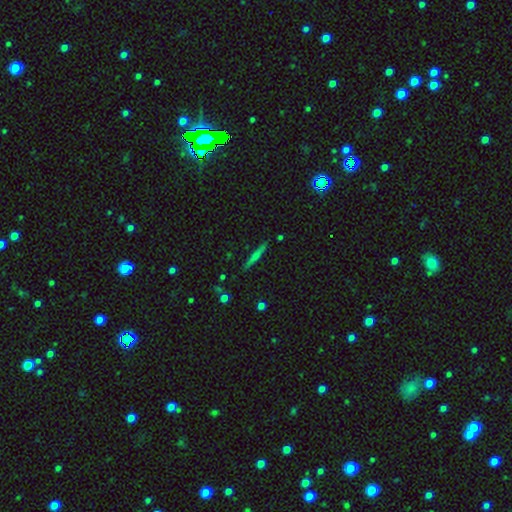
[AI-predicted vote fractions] Morphology: type=featured or disk (61%); edge-on=yes (97%); edge-on bulge=rounded (70%); merging=none (90%).